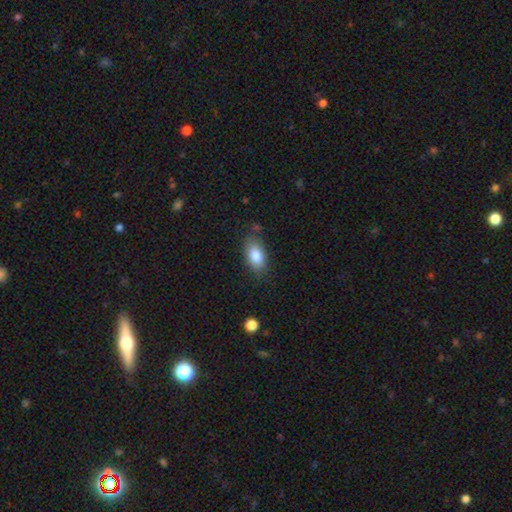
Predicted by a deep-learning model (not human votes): smooth_or_featured: smooth (p=0.85) [alt: featured or disk p=0.08]
how_rounded: in between (p=0.91) [alt: round p=0.05]
merging: none (p=0.77) [alt: minor disturbance p=0.17]